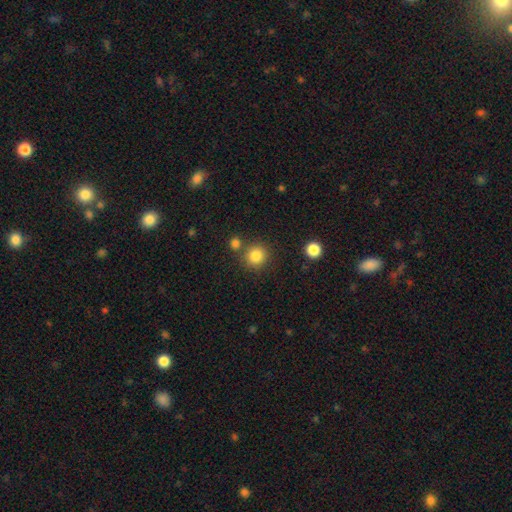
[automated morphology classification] Overall: smooth (84%). How rounded: round (92%). Merging: none (78%).